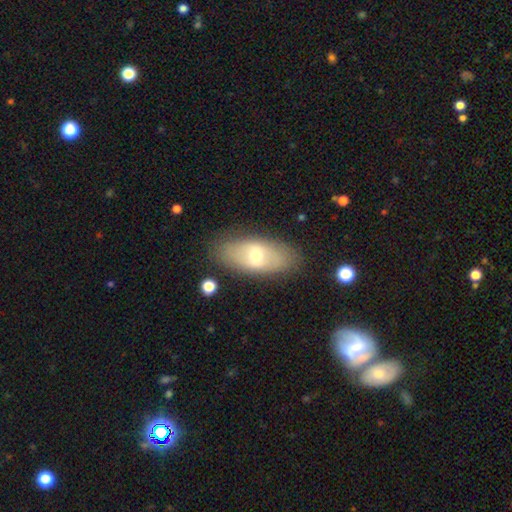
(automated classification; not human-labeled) Smooth or featured: smooth — 52% (featured or disk — 41%)
How rounded: in between — 87% (cigar-shaped — 9%)
Merging: none — 82% (minor disturbance — 12%)